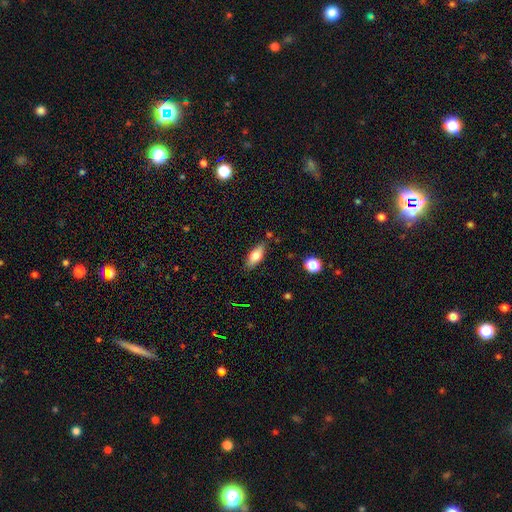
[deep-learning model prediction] Smooth or featured? smooth (72%)
How rounded? in between (77%)
Merging? none (81%)